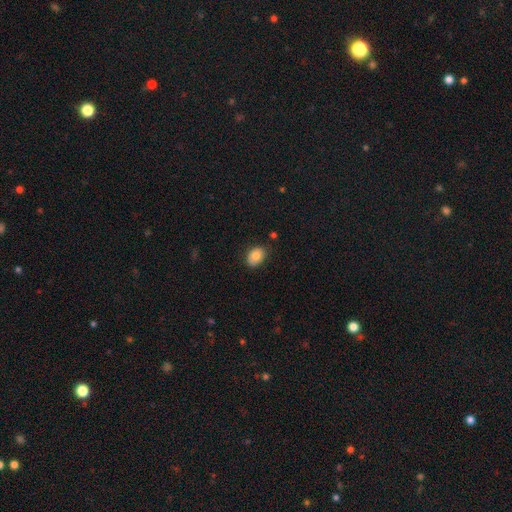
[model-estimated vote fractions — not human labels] smooth-or-featured: smooth: 80% | featured or disk: 12% | star or artifact: 8%
  how-rounded: in between: 74% | round: 25% | cigar-shaped: 1%
  merging: none: 78% | minor disturbance: 17% | major disturbance: 3% | merger: 2%